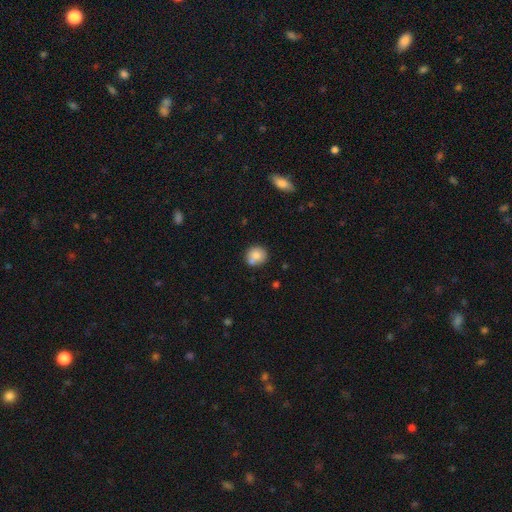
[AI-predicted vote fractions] Smooth or featured: smooth — 80% (featured or disk — 11%)
How rounded: round — 85% (in between — 14%)
Merging: none — 66% (minor disturbance — 16%)